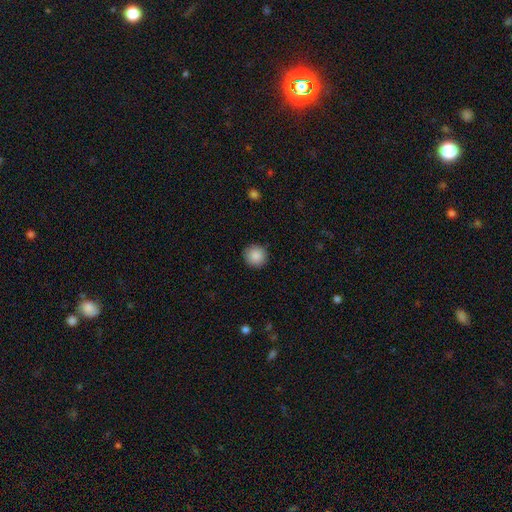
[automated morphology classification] Smooth or featured: smooth — 89% (star or artifact — 8%)
How rounded: round — 94% (in between — 5%)
Merging: none — 91% (minor disturbance — 6%)